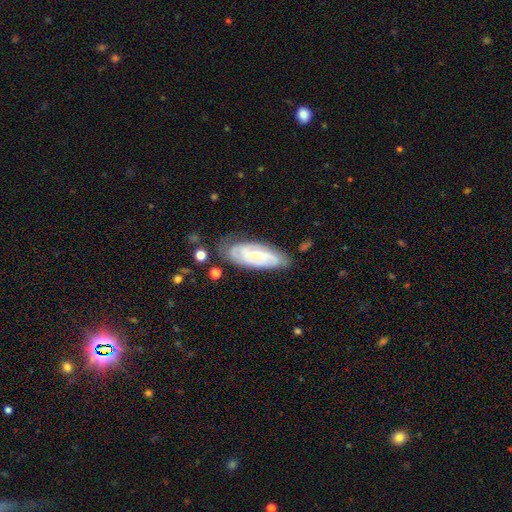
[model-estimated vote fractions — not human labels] Q: Smooth or featured?
A: featured or disk (78%); runner-up: smooth (16%)
Q: Edge-on disk?
A: no (91%); runner-up: yes (9%)
Q: Bar?
A: weak (45%); runner-up: no (29%)
Q: Spiral arms?
A: yes (94%); runner-up: no (6%)
Q: Spiral winding?
A: tight (52%); runner-up: medium (37%)
Q: Spiral arm count?
A: 2 (59%); runner-up: can't tell (21%)
Q: Bulge size?
A: small (57%); runner-up: moderate (39%)
Q: Merging?
A: none (75%); runner-up: minor disturbance (19%)